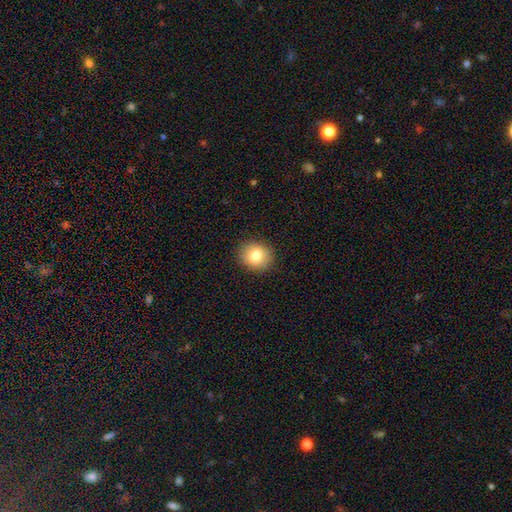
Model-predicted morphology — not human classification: The model was most divided on "how rounded": round: 74%, in between: 25%, cigar-shaped: 1%. More confident: merging — none (90%); smooth or featured — smooth (82%).